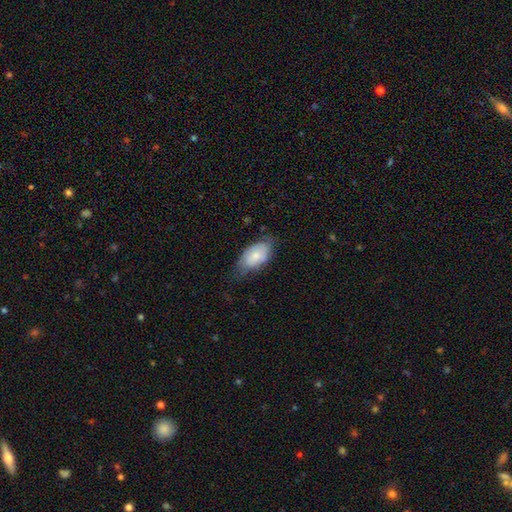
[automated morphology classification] type=smooth (73%); roundness=in between (93%); merging=none (52%).